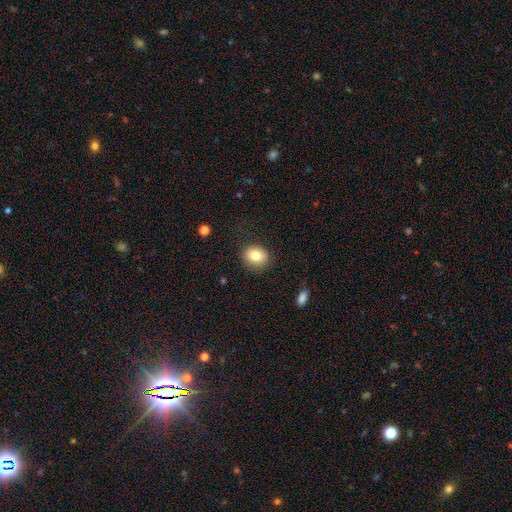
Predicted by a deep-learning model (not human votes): A smooth galaxy with no disk features (81%) that is round (70%). Merging: none (83%).